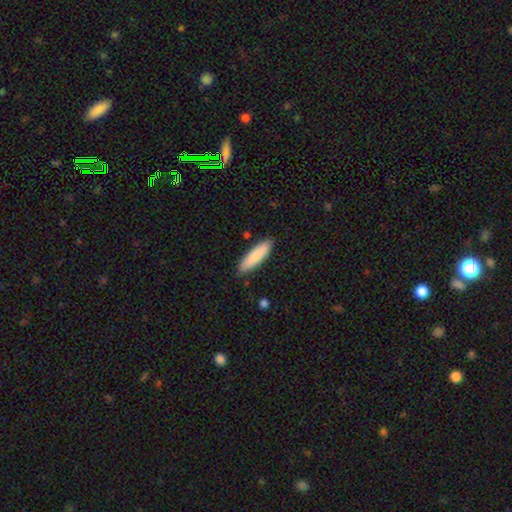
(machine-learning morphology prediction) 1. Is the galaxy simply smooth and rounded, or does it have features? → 86% smooth, 9% featured or disk, 5% star or artifact.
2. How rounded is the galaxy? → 64% cigar-shaped, 35% in between, 1% round.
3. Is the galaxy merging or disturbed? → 87% none, 10% minor disturbance, 2% major disturbance, 2% merger.